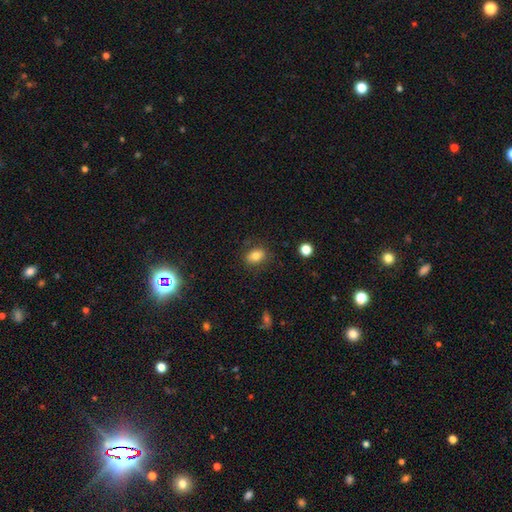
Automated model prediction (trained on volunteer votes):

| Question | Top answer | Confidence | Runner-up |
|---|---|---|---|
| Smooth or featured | smooth | 79% | featured or disk (11%) |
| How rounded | in between | 72% | round (27%) |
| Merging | none | 81% | minor disturbance (13%) |